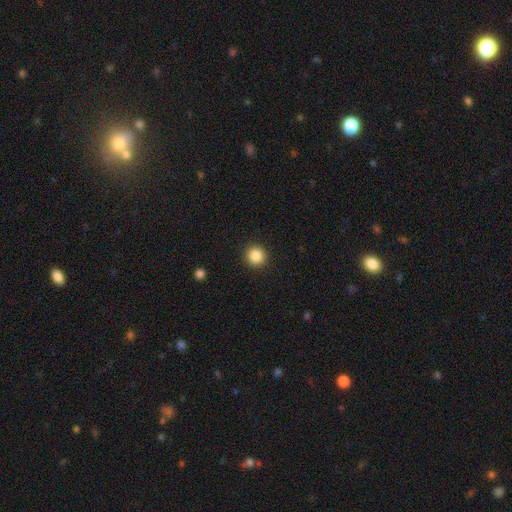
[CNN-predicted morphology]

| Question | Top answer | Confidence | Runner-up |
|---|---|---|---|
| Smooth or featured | smooth | 86% | star or artifact (10%) |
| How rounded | round | 95% | in between (5%) |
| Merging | none | 93% | minor disturbance (5%) |